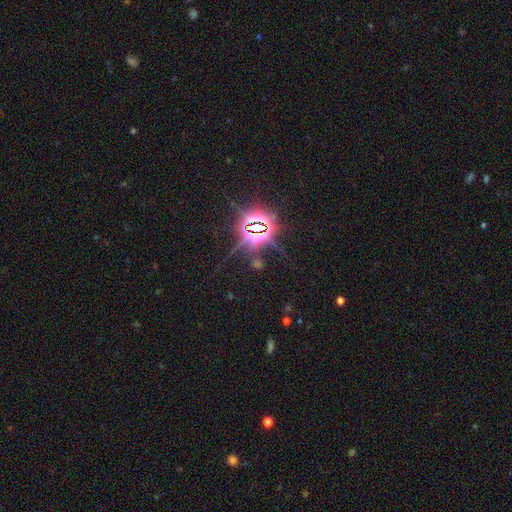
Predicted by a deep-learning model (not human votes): Smooth or featured: star or artifact — 85% (smooth — 8%)